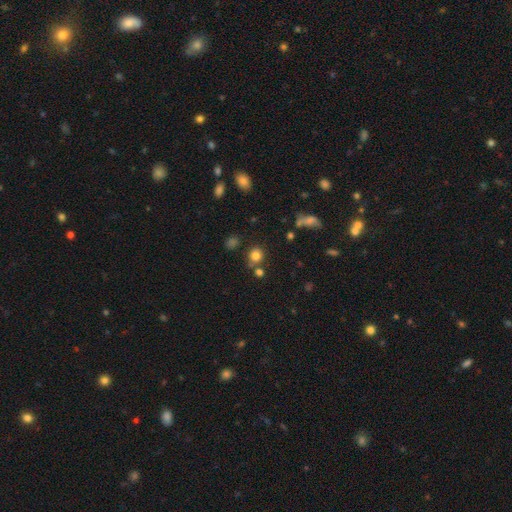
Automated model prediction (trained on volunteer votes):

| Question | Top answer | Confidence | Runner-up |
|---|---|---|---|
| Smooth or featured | smooth | 79% | star or artifact (14%) |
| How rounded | round | 81% | in between (18%) |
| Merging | none | 71% | merger (14%) |